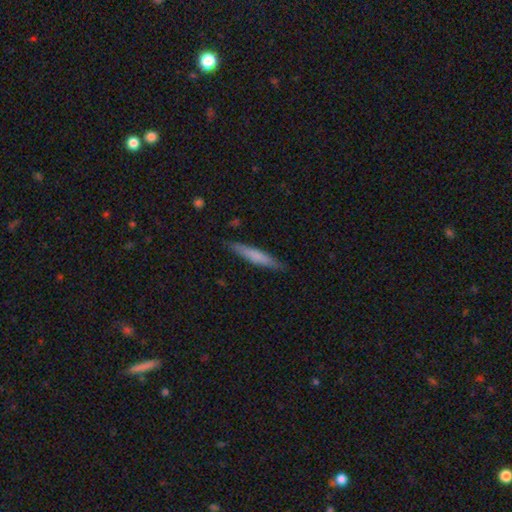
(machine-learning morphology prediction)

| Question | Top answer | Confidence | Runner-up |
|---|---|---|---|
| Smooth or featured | smooth | 66% | featured or disk (29%) |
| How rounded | cigar-shaped | 94% | in between (5%) |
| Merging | none | 88% | minor disturbance (9%) |